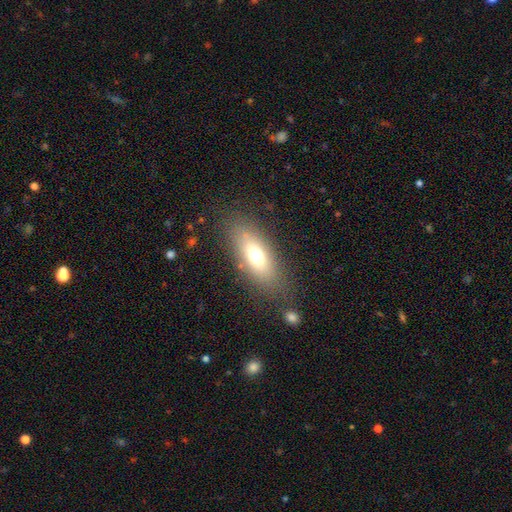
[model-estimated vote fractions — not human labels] A smooth galaxy with no disk features (67%) that is in between round and cigar-shaped (74%). Merging: none (79%).